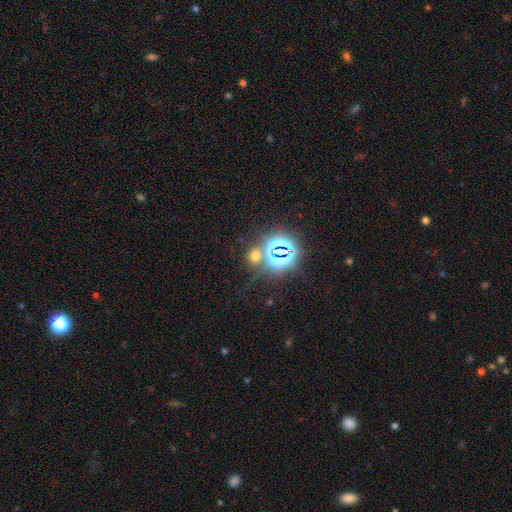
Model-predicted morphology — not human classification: This appears to be a star or artifact, not a galaxy (53%).